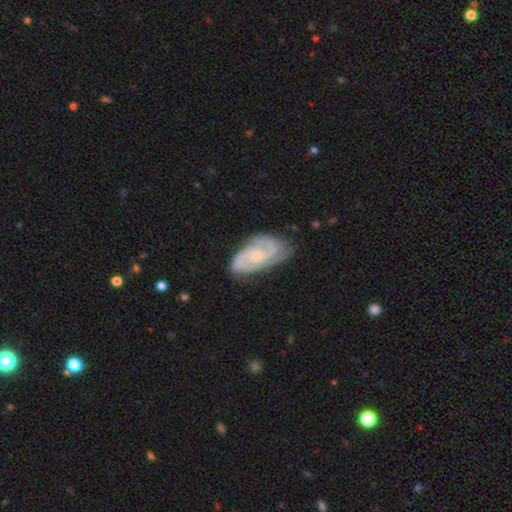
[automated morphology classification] type=featured or disk (83%); edge-on=no (97%); bar=no (62%); spiral arms=yes (97%); winding=tight (49%); arm count=2 (62%); bulge=small (63%); merging=none (70%).